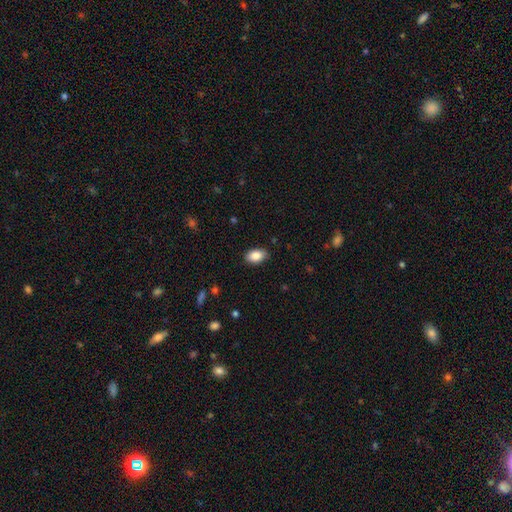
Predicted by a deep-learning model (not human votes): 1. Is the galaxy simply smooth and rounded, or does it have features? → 88% smooth, 7% star or artifact, 5% featured or disk.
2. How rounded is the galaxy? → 91% in between, 8% round, 1% cigar-shaped.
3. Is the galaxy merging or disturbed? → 87% none, 10% minor disturbance, 2% major disturbance, 1% merger.